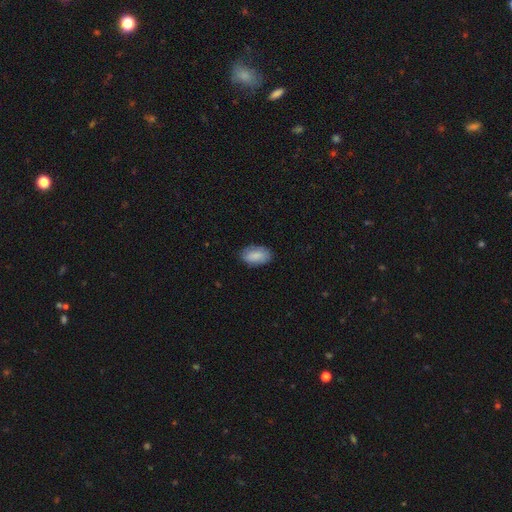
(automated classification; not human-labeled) A smooth galaxy with no disk features (84%) that is in between round and cigar-shaped (93%). Merging: none (81%).